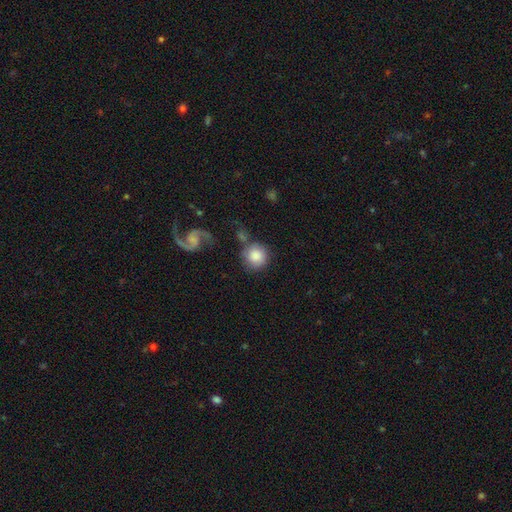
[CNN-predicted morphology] type=smooth (80%); roundness=round (91%); merging=none (60%).